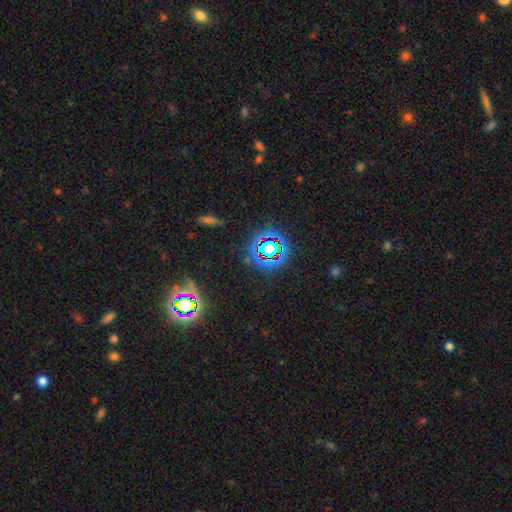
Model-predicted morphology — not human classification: A star or artifact, not a galaxy (78%).